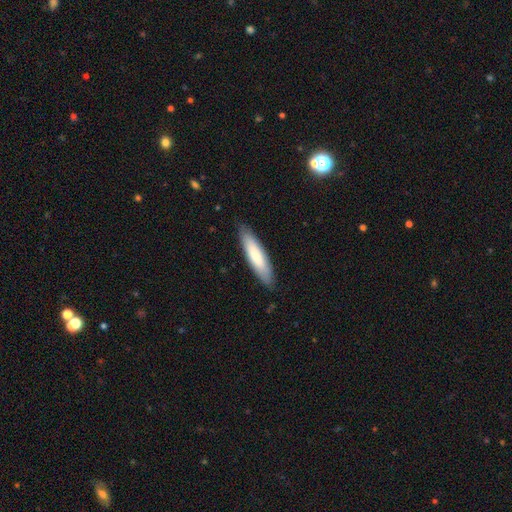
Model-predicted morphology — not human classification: Q: Smooth or featured?
A: smooth (76%); runner-up: featured or disk (19%)
Q: How rounded?
A: cigar-shaped (72%); runner-up: in between (27%)
Q: Merging?
A: none (87%); runner-up: minor disturbance (11%)